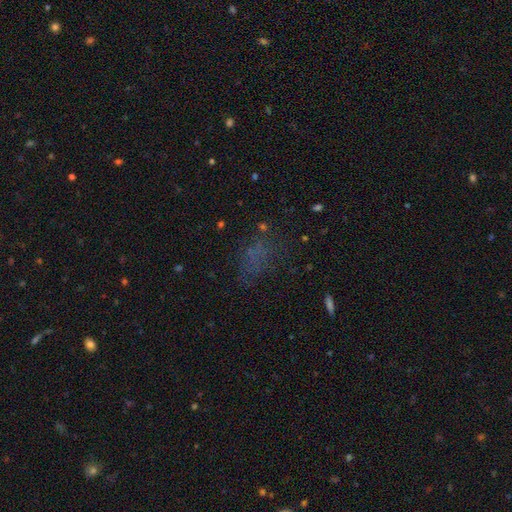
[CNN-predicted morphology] Smooth or featured? Predicted: smooth (p=0.47). Merging? Predicted: none (p=0.55).